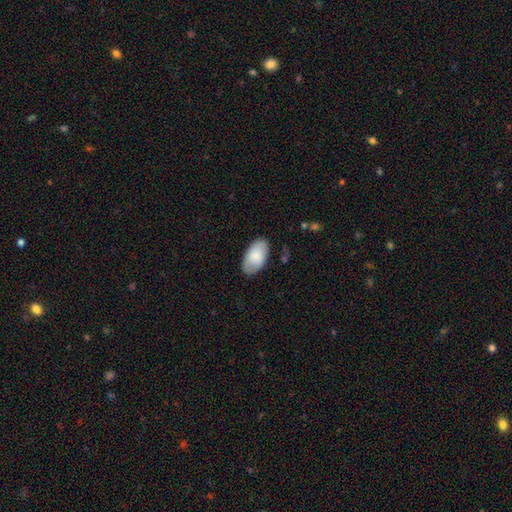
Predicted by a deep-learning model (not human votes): This appears to be a smooth galaxy with no disk features (83%) that is in between round and cigar-shaped (96%). Merging: none (82%).